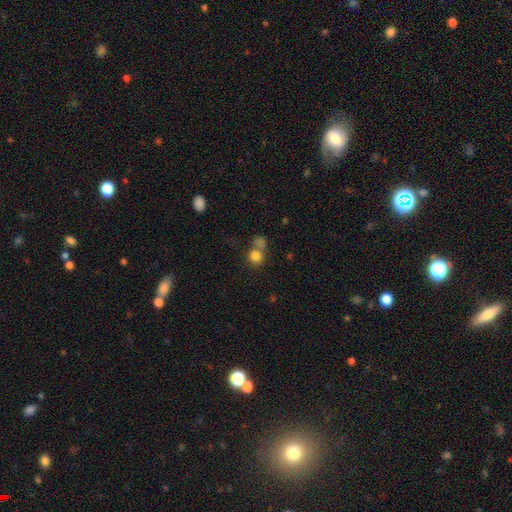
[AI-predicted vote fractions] This is clearly a smooth galaxy (81%). How rounded: clearly round (86%). Merging: possibly none (50%).